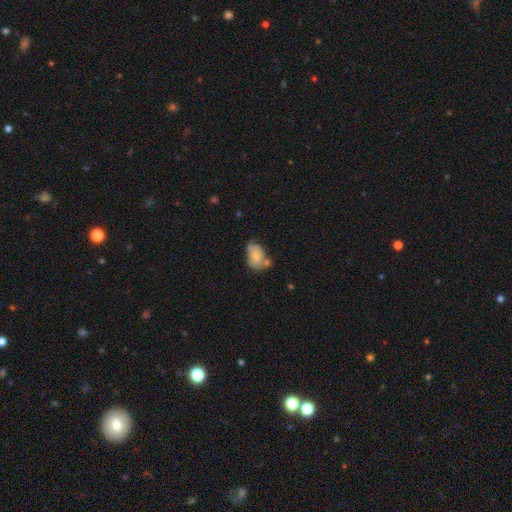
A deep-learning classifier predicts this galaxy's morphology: smooth_or_featured: smooth (p=0.69) [alt: featured or disk p=0.23]
how_rounded: in between (p=0.84) [alt: round p=0.15]
merging: none (p=0.35) [alt: minor disturbance p=0.31]